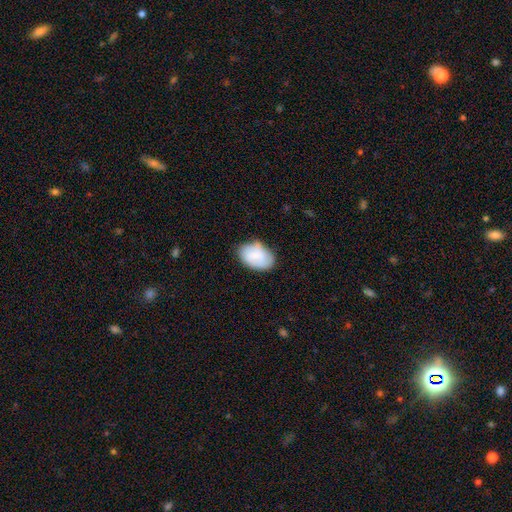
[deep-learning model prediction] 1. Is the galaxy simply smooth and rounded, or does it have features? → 81% smooth, 13% featured or disk, 7% star or artifact.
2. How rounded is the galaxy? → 87% in between, 12% round, 1% cigar-shaped.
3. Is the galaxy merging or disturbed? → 67% none, 25% minor disturbance, 5% major disturbance, 2% merger.